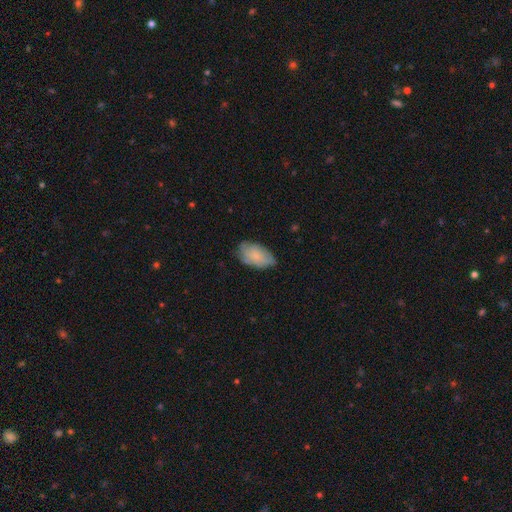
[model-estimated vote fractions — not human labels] A smooth galaxy with no disk features (71%) that is in between round and cigar-shaped (94%).

Vote fractions:
- Smooth or featured? smooth: 71% / featured or disk: 22% / star or artifact: 6%
- How rounded? in between: 94% / round: 4% / cigar-shaped: 2%
- Merging? none: 66% / minor disturbance: 27% / major disturbance: 5% / merger: 1%